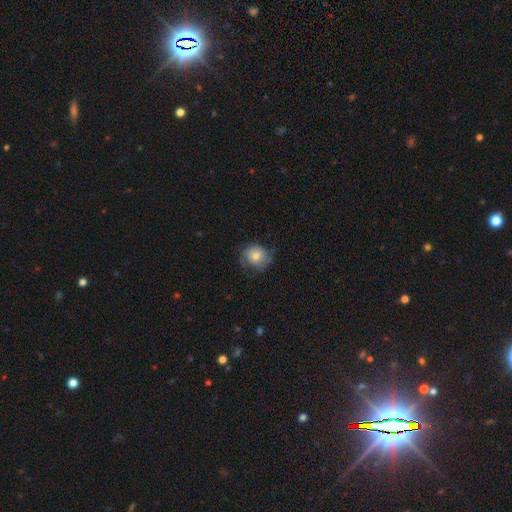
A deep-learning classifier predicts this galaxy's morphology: Smooth or featured? Predicted: smooth (p=0.73). How rounded? Predicted: round (p=0.79). Merging? Predicted: none (p=0.63).